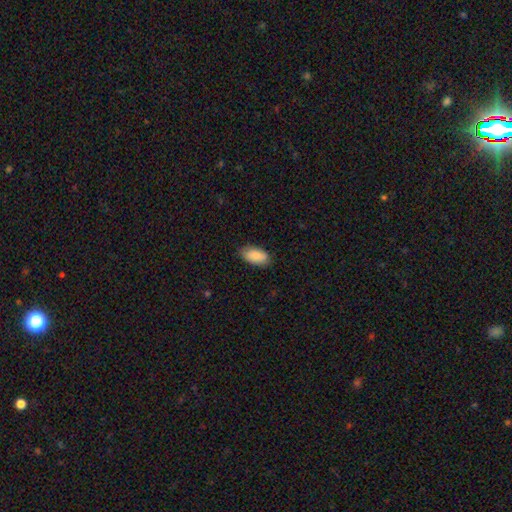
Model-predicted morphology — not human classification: smooth-or-featured: smooth: 88% | star or artifact: 6% | featured or disk: 6%
  how-rounded: in between: 94% | cigar-shaped: 3% | round: 2%
  merging: none: 83% | minor disturbance: 14% | major disturbance: 3% | merger: 1%